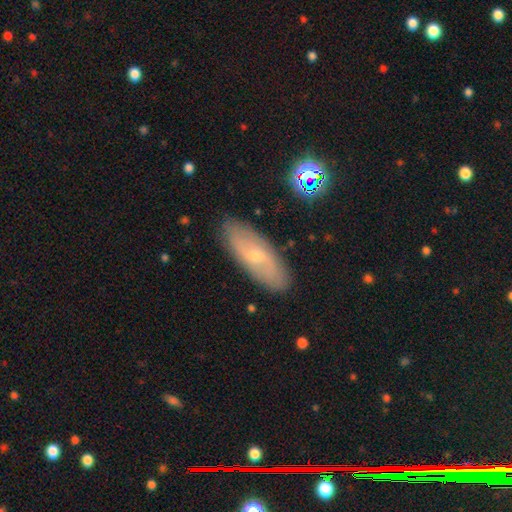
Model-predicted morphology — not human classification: A featured or disk galaxy (57%). Merging: none (85%).